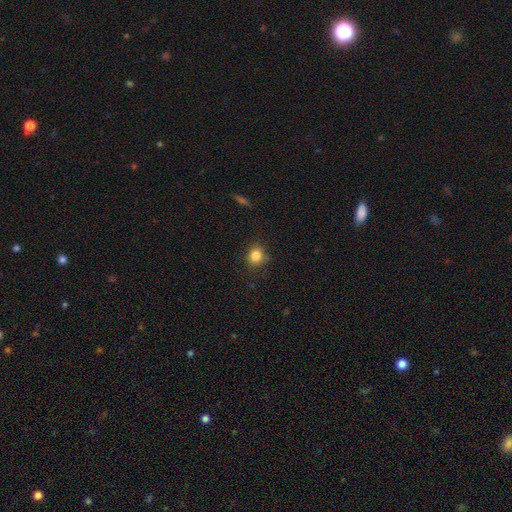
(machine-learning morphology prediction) This appears to be a smooth galaxy with no disk features (84%) that is round (81%). Merging: none (81%).